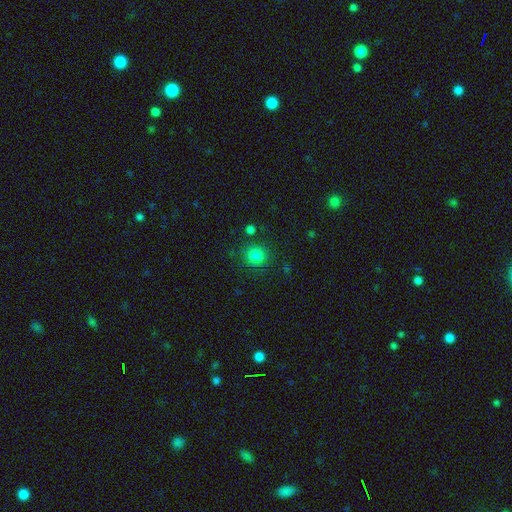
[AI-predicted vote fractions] smooth-or-featured: smooth: 83% | star or artifact: 13% | featured or disk: 5%
  how-rounded: round: 89% | in between: 10% | cigar-shaped: 1%
  merging: none: 83% | minor disturbance: 9% | merger: 4% | major disturbance: 4%